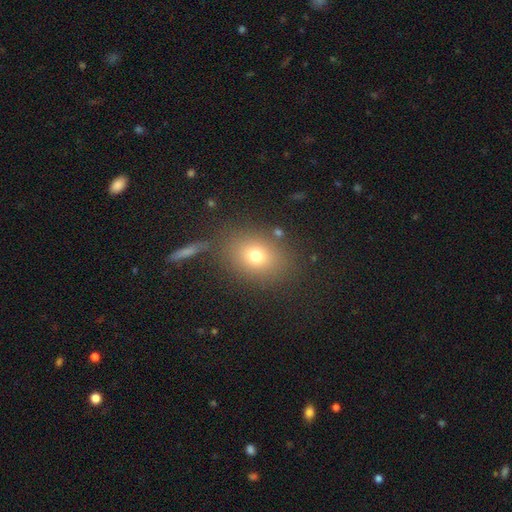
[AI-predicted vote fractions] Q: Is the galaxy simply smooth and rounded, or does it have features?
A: smooth — 74%.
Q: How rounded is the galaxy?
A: in between — 53%.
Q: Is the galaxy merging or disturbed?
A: none — 78%.